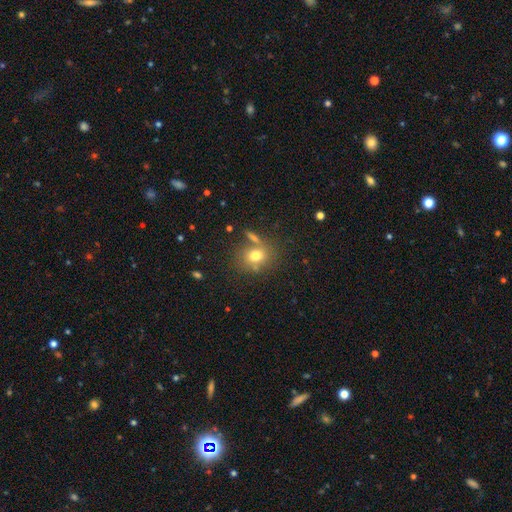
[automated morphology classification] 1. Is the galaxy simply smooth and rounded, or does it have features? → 73% smooth, 14% star or artifact, 13% featured or disk.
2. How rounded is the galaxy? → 66% round, 33% in between, 1% cigar-shaped.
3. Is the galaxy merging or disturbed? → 65% none, 16% merger, 14% minor disturbance, 5% major disturbance.